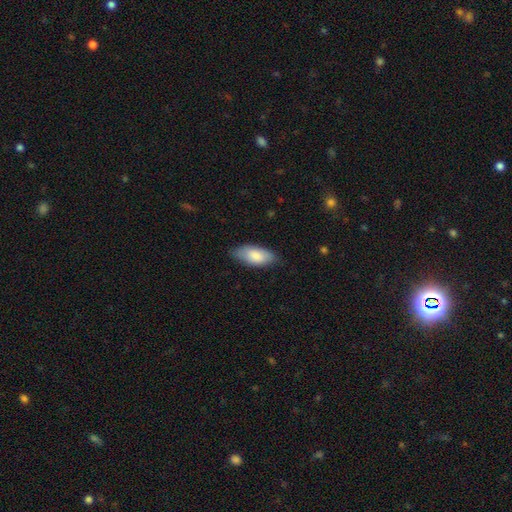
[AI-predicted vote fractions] This is clearly a smooth galaxy (84%). How rounded: clearly in between (90%). Merging: likely none (78%).